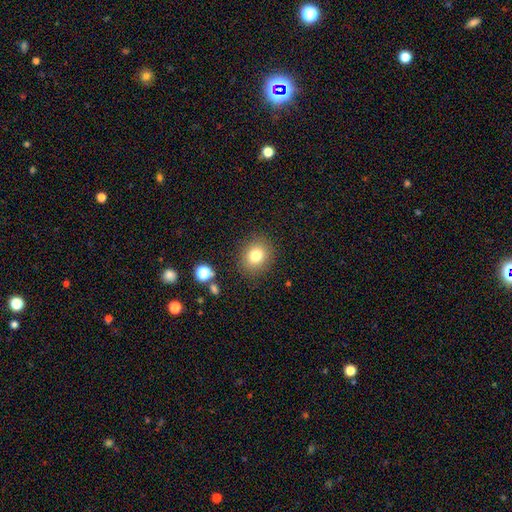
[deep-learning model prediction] The model was most divided on "how rounded": round: 71%, in between: 28%, cigar-shaped: 1%. More confident: merging — none (86%); smooth or featured — smooth (79%).